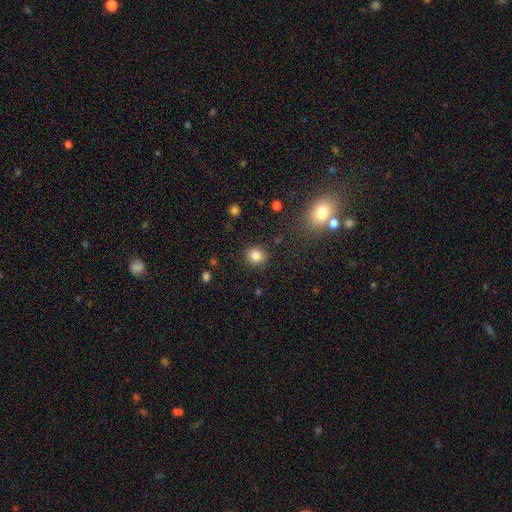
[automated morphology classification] Overall: smooth (83%). How rounded: round (87%). Merging: none (89%).